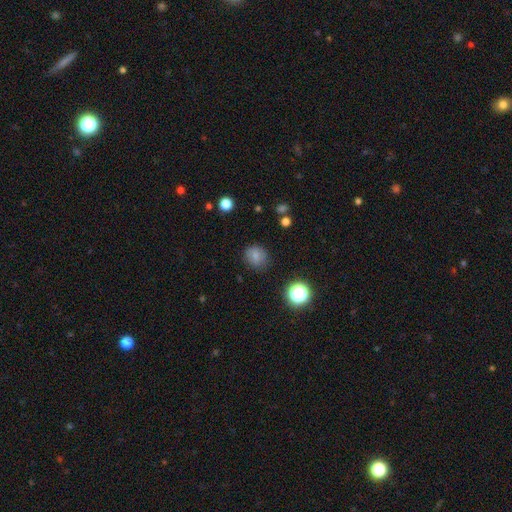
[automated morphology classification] A smooth galaxy with no disk features (74%) that is round (73%).

Vote fractions:
- Smooth or featured? smooth: 74% / star or artifact: 14% / featured or disk: 12%
- How rounded? round: 73% / in between: 26% / cigar-shaped: 1%
- Merging? none: 81% / minor disturbance: 14% / major disturbance: 4% / merger: 2%